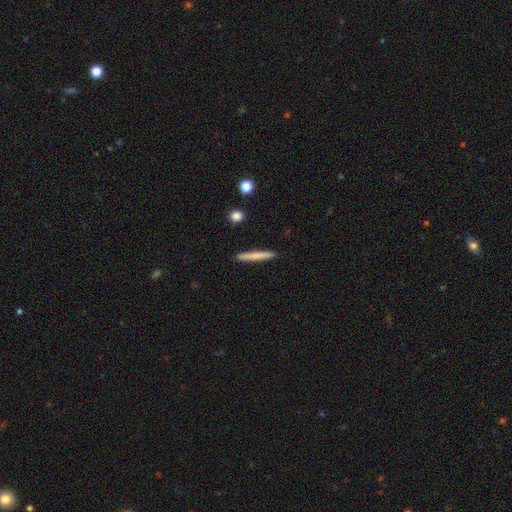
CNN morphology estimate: This is likely a smooth galaxy (72%). How rounded: clearly cigar-shaped (96%). Merging: clearly none (92%).